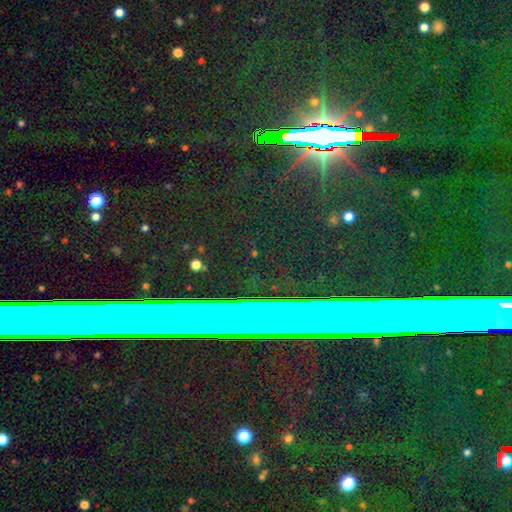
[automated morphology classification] Overall: star or artifact (78%).